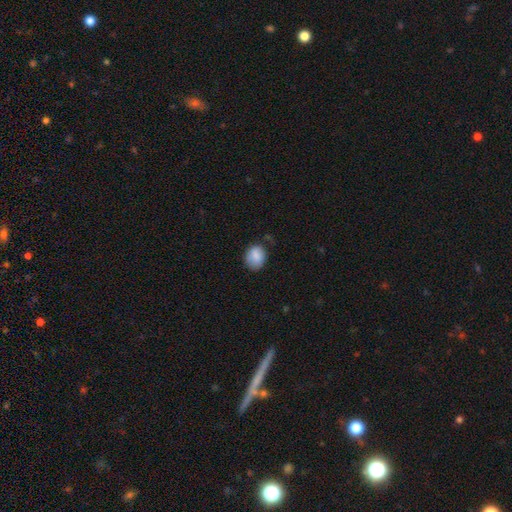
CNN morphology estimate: The model was most divided on "how rounded": round: 50%, in between: 49%, cigar-shaped: 1%. More confident: smooth or featured — smooth (84%); merging — none (65%).